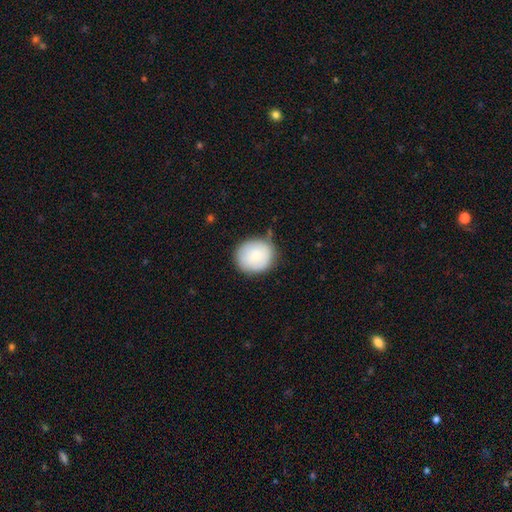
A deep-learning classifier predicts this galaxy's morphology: type=smooth (81%); roundness=round (80%); merging=none (73%).